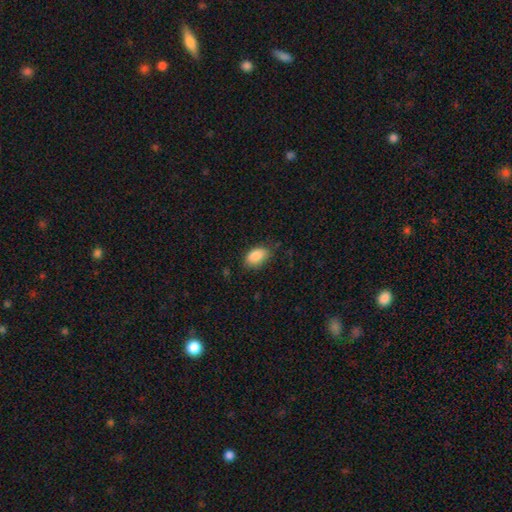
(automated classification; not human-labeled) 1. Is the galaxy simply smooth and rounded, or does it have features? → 87% smooth, 8% star or artifact, 5% featured or disk.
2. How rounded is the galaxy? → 90% in between, 9% round, 2% cigar-shaped.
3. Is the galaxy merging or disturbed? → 74% none, 21% minor disturbance, 4% major disturbance, 1% merger.